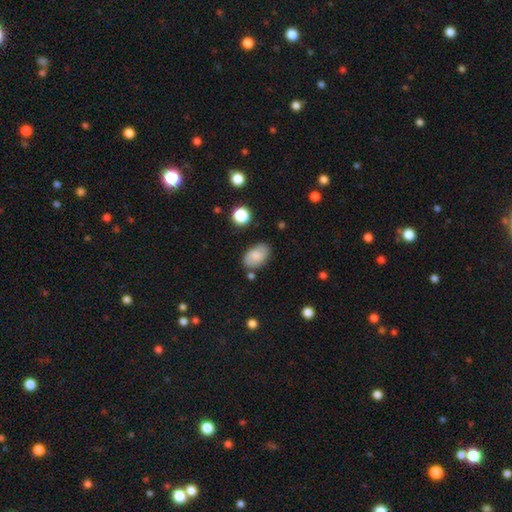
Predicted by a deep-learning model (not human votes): Q: Smooth or featured?
A: smooth (70%); runner-up: featured or disk (22%)
Q: How rounded?
A: in between (90%); runner-up: round (8%)
Q: Merging?
A: none (75%); runner-up: minor disturbance (17%)